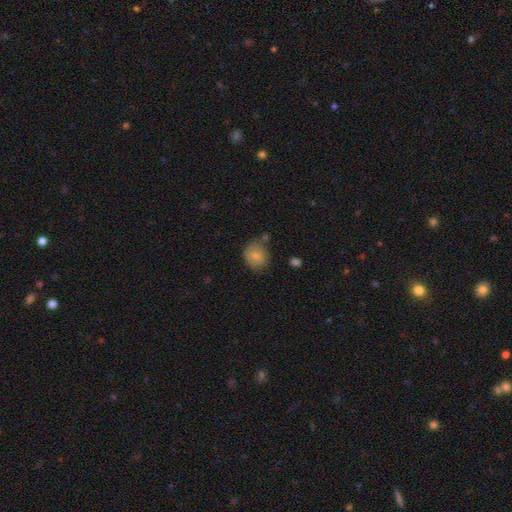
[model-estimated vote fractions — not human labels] A smooth galaxy with no disk features (82%) that is round (72%). Merging: none (70%).